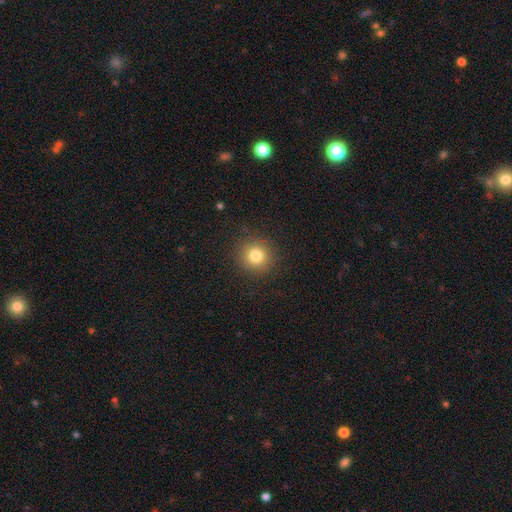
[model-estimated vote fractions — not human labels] Smooth or featured? smooth (80%)
How rounded? round (92%)
Merging? none (90%)